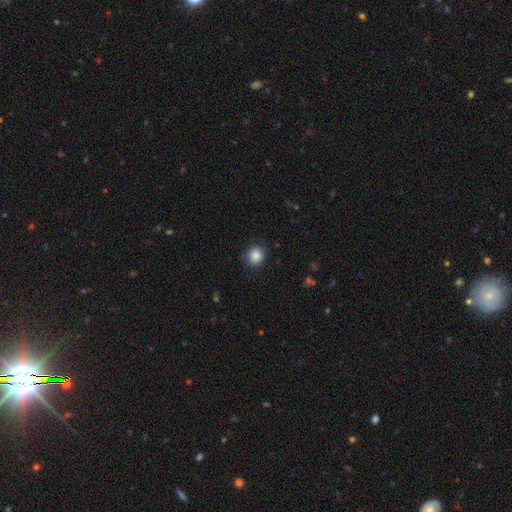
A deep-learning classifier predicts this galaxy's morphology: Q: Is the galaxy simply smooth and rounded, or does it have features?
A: smooth — 86%.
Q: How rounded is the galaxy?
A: round — 76%.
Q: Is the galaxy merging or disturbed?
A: none — 84%.